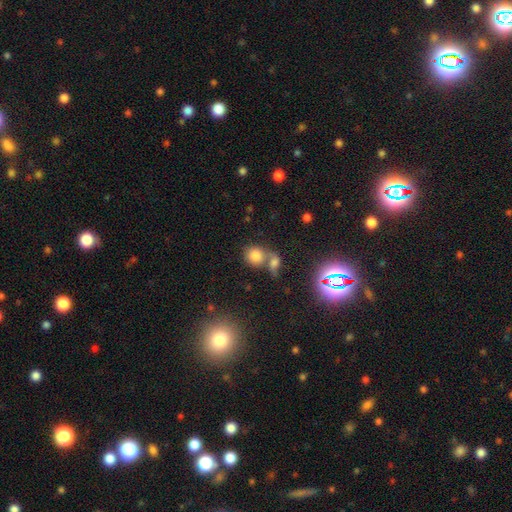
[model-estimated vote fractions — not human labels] Smooth or featured?
  - smooth: 76% *
  - star or artifact: 14%
  - featured or disk: 10%
How rounded?
  - round: 74% *
  - in between: 25%
  - cigar-shaped: 2%
Merging?
  - merger: 52% *
  - none: 35%
  - minor disturbance: 8%
  - major disturbance: 5%